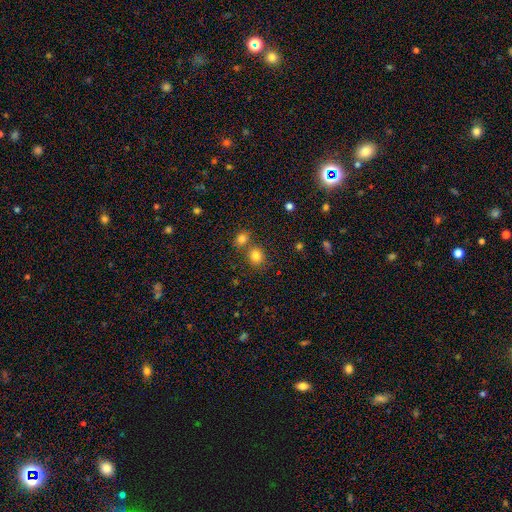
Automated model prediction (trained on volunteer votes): Smooth or featured: smooth — 81% (star or artifact — 12%)
How rounded: round — 75% (in between — 24%)
Merging: none — 60% (merger — 28%)